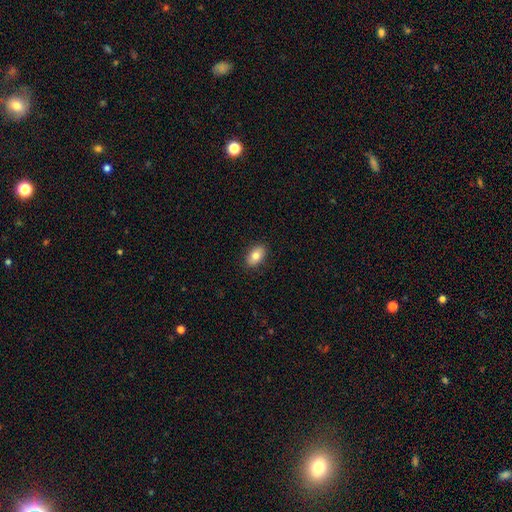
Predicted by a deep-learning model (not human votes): The model was most divided on "smooth or featured": smooth: 79%, featured or disk: 13%, star or artifact: 7%. More confident: how rounded — in between (89%); merging — none (89%).